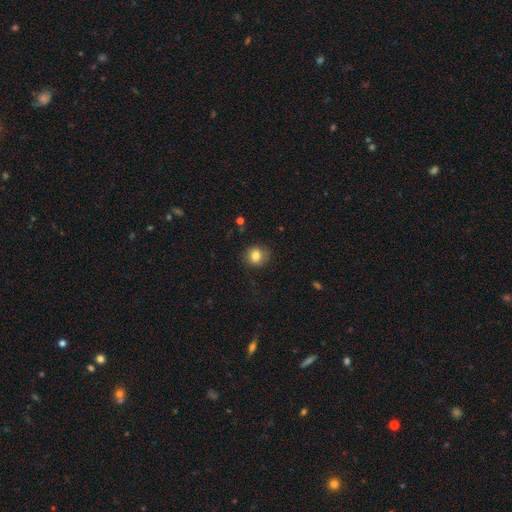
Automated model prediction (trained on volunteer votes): smooth-or-featured: smooth: 82% | star or artifact: 10% | featured or disk: 8%
  how-rounded: round: 84% | in between: 15% | cigar-shaped: 1%
  merging: none: 82% | minor disturbance: 13% | major disturbance: 4% | merger: 1%